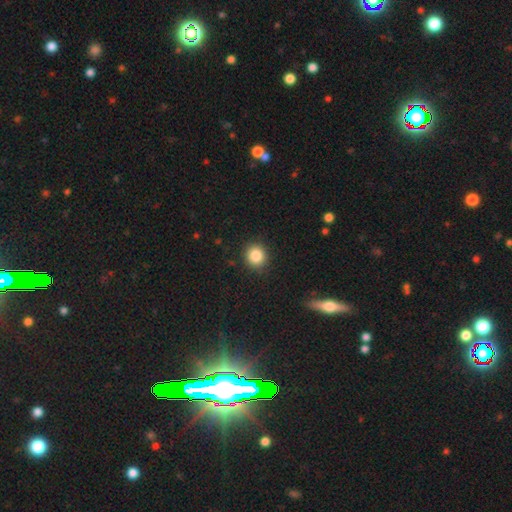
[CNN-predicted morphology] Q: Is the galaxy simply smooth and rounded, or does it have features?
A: smooth — 85%.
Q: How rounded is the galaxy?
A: round — 87%.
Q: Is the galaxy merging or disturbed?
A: none — 90%.